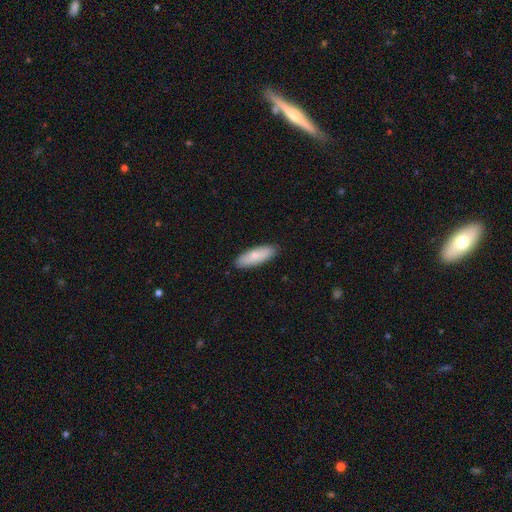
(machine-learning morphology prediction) smooth 78%, featured or disk 16%, star or artifact 5%. Down the decision tree: how rounded — in between (53%); merging — none (88%).